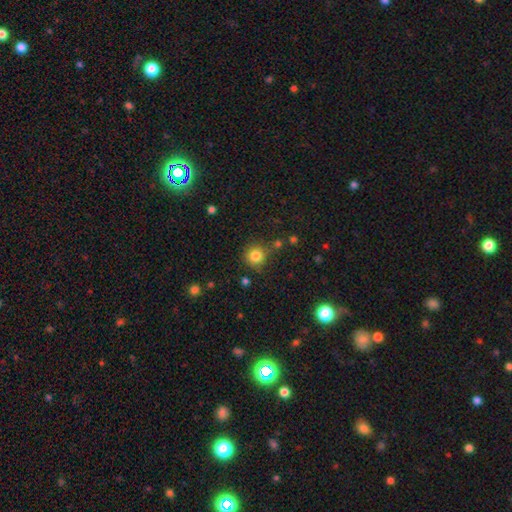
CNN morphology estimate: smooth 82%, star or artifact 12%, featured or disk 6%. Down the decision tree: how rounded — round (92%); merging — none (79%).